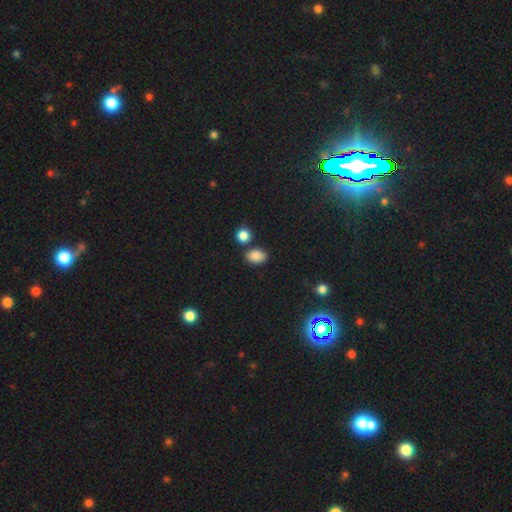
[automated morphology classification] smooth_or_featured: smooth (p=0.84) [alt: star or artifact p=0.11]
how_rounded: in between (p=0.73) [alt: round p=0.26]
merging: none (p=0.72) [alt: minor disturbance p=0.14]